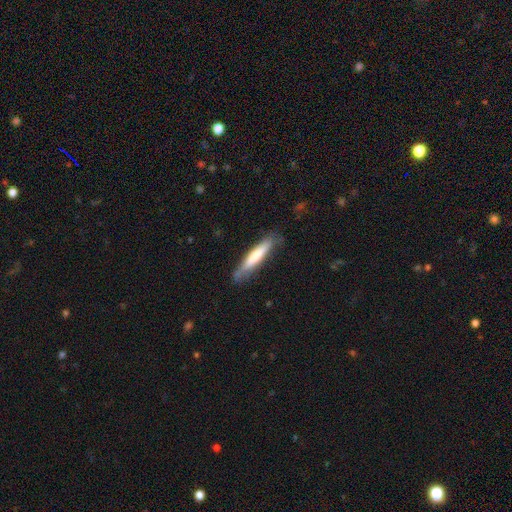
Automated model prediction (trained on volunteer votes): This appears to be a smooth galaxy with no disk features (64%) that is cigar-shaped (87%). Merging: none (74%).